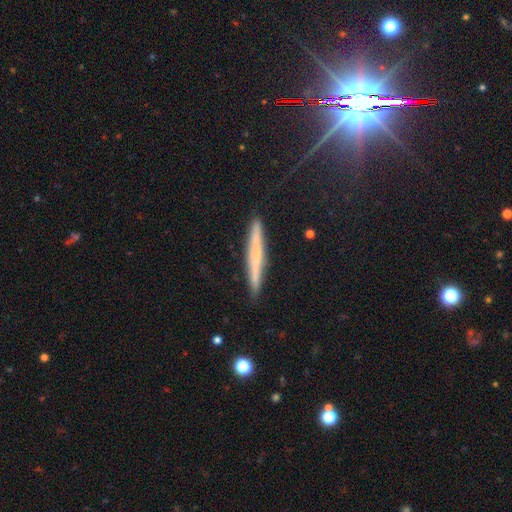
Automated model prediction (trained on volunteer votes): The model was most divided on "smooth or featured": smooth: 50%, featured or disk: 41%, star or artifact: 9%. More confident: merging — none (90%).